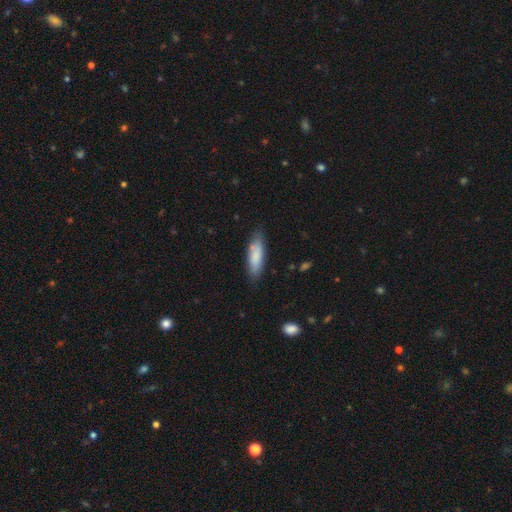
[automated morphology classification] A smooth galaxy with no disk features (79%) that is cigar-shaped (50%). Merging: none (76%).